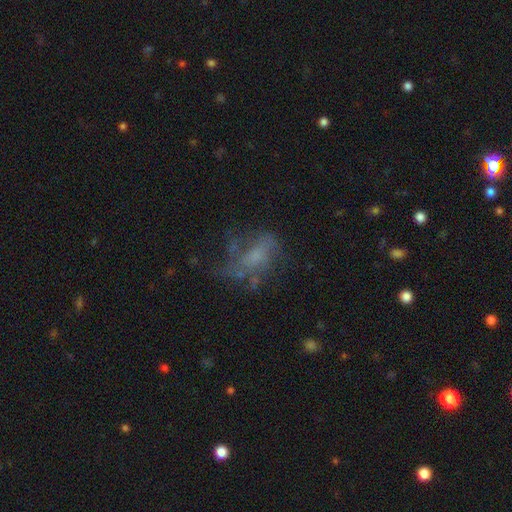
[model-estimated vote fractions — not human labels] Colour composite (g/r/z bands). It shows a featured or disk galaxy (50%). Merging: none (41%).